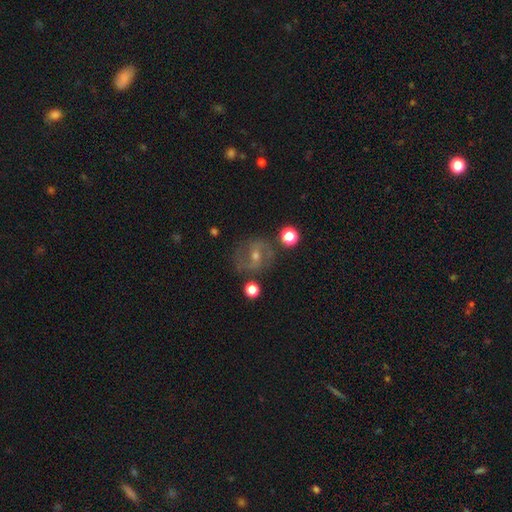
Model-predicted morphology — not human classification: smooth-or-featured: featured or disk: 66% | smooth: 19% | star or artifact: 14%
  disk-edge-on: no: 96% | yes: 4%
    bar: weak: 47% | no: 28% | strong: 25%
    has-spiral-arms: yes: 81% | no: 19%
      spiral-winding: medium: 49% | tight: 28% | loose: 23%
      spiral-arm-count: 2: 78% | can't tell: 13% | 3: 3% | 1: 2% | 4: 2% | more than 4: 2%
    bulge-size: small: 52% | moderate: 43% | none: 2% | large: 2% | dominant: 1%
  merging: none: 77% | minor disturbance: 13% | major disturbance: 6% | merger: 4%